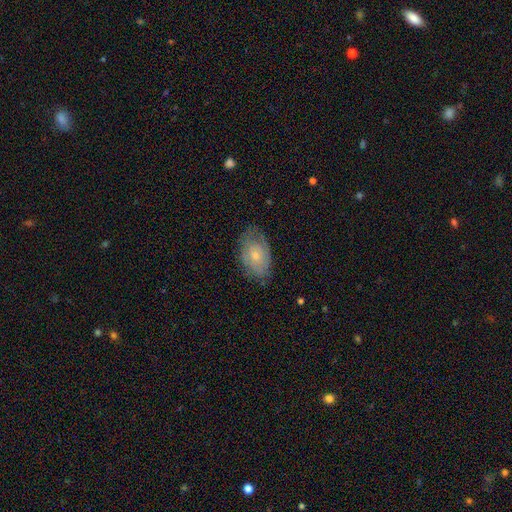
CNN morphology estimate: Q: Smooth or featured?
A: smooth (56%); runner-up: featured or disk (38%)
Q: How rounded?
A: in between (89%); runner-up: round (9%)
Q: Merging?
A: none (69%); runner-up: minor disturbance (24%)